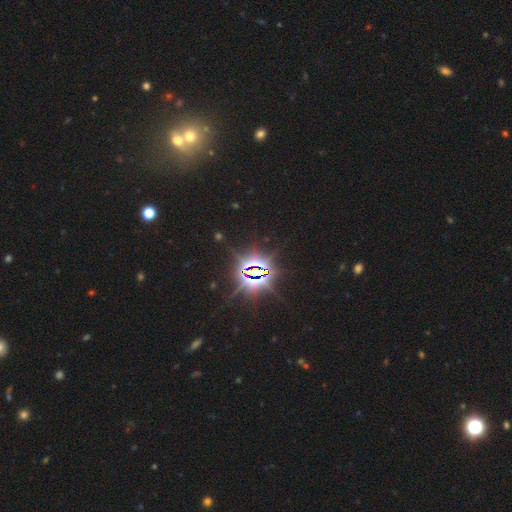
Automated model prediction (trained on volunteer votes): Q: Smooth or featured?
A: star or artifact (77%); runner-up: smooth (14%)